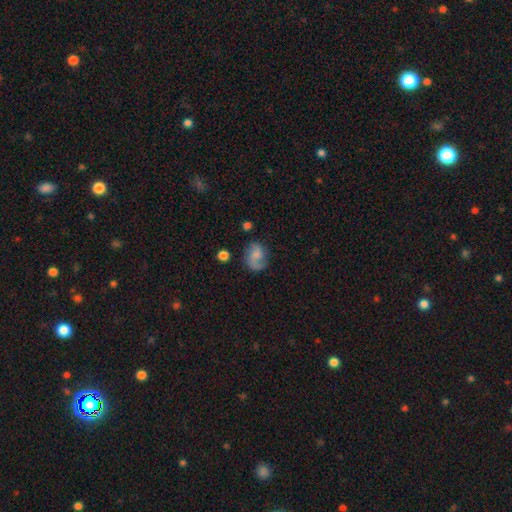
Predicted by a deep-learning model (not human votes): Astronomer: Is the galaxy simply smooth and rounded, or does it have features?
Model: featured or disk — 53% (runner-up: smooth, 37%).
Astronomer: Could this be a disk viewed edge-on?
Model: no — 97%.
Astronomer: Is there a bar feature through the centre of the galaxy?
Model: no — 59% (runner-up: weak, 35%).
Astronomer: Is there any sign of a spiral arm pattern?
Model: yes — 88%.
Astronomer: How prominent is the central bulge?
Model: none — 37% (runner-up: small, 30%).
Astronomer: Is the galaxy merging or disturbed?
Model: none — 62%.